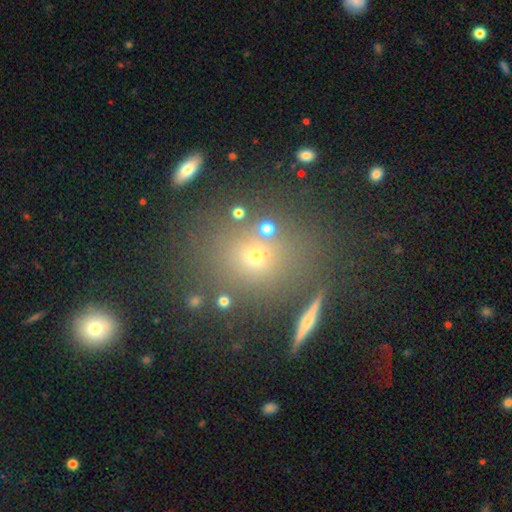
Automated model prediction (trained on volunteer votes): Smooth or featured? Predicted: smooth (p=0.55). How rounded? Predicted: round (p=0.69). Merging? Predicted: none (p=0.74).